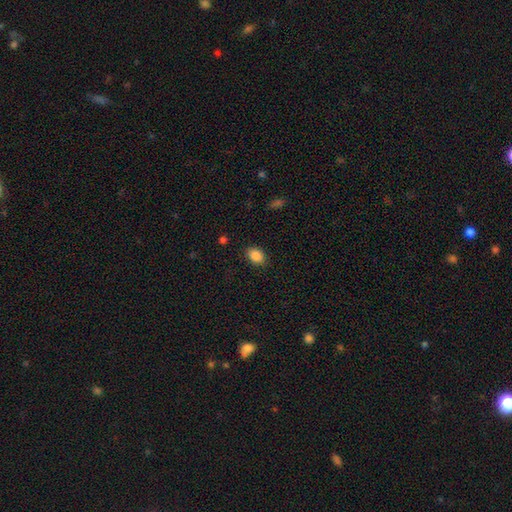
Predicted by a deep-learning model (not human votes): Overall: smooth (87%). How rounded: in between (77%). Merging: none (87%).